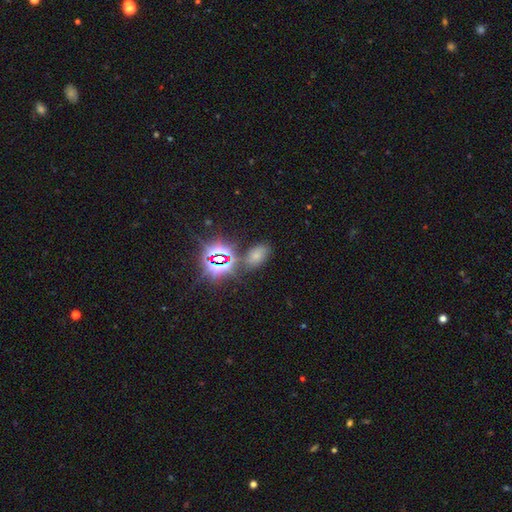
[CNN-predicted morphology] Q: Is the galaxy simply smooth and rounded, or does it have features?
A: smooth — 50%.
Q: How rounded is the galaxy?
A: in between — 90%.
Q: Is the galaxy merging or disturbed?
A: none — 73%.